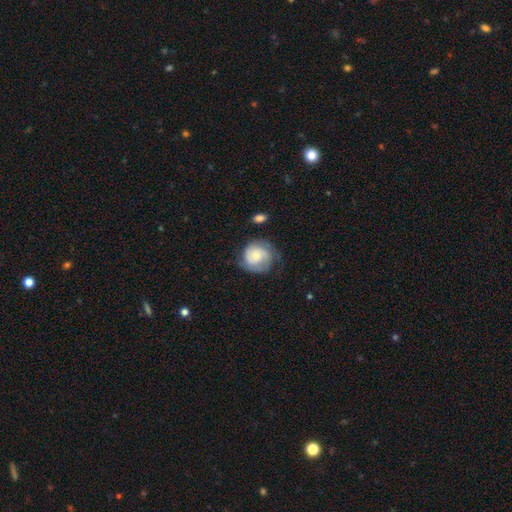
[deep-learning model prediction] Overall: featured or disk (51%; smooth 42%). Edge-on disk: no (98%). Merging: none (58%; minor disturbance 26%).